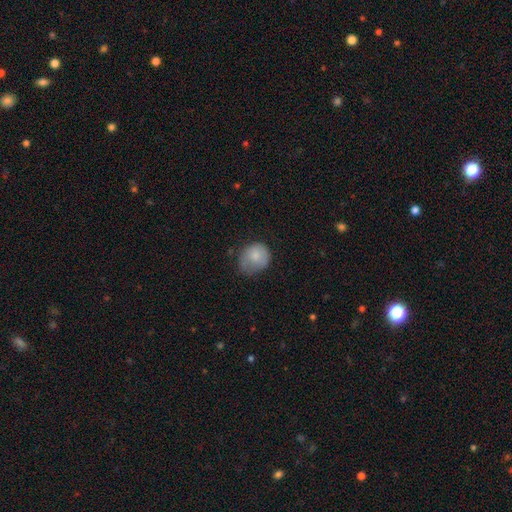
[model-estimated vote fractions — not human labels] smooth_or_featured: smooth (p=0.78) [alt: featured or disk p=0.15]
how_rounded: round (p=0.69) [alt: in between p=0.30]
merging: none (p=0.43) [alt: minor disturbance p=0.39]